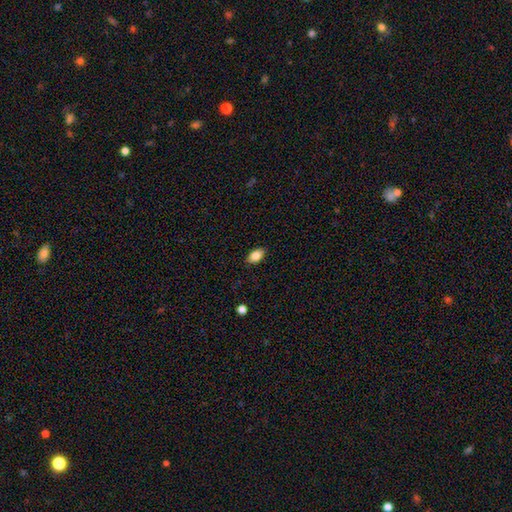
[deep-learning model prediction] Morphology: type=smooth (86%); roundness=in between (90%); merging=none (87%).